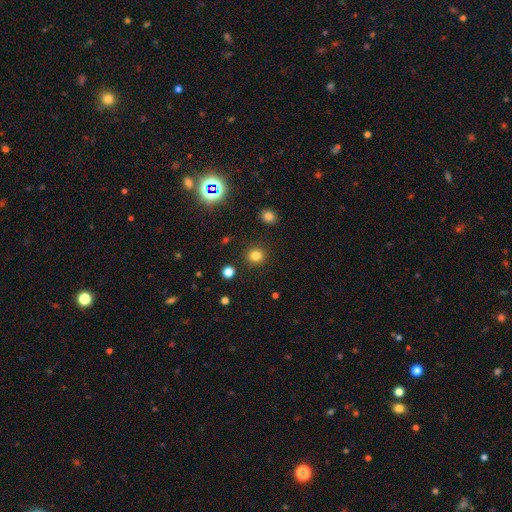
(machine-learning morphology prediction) Overall: smooth (79%). How rounded: round (91%). Merging: none (90%).